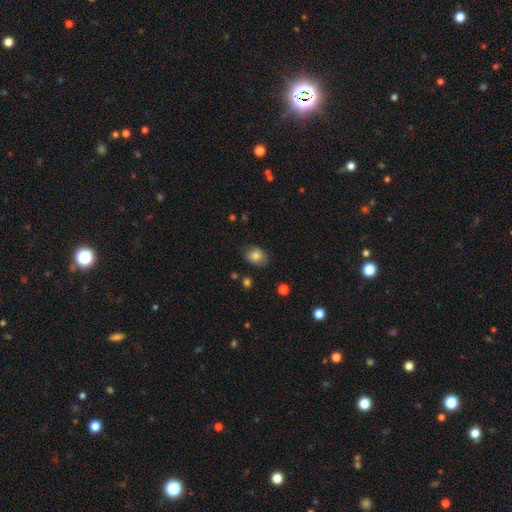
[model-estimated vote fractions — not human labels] A smooth galaxy with no disk features (78%) that is in between round and cigar-shaped (61%).

Vote fractions:
- Smooth or featured? smooth: 78% / featured or disk: 13% / star or artifact: 9%
- How rounded? in between: 61% / round: 38% / cigar-shaped: 1%
- Merging? none: 70% / minor disturbance: 23% / major disturbance: 5% / merger: 2%